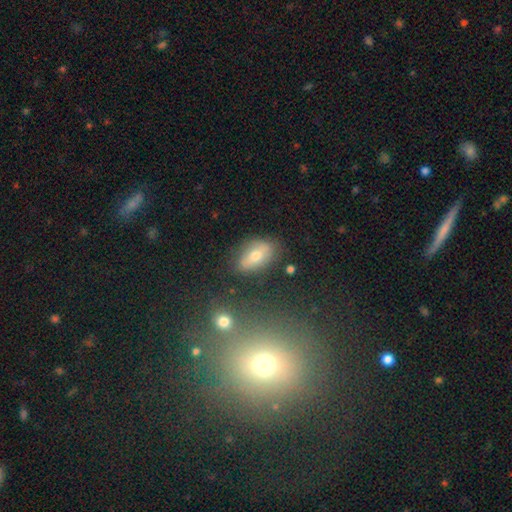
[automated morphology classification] This appears to be a smooth galaxy with no disk features (58%) that is in between round and cigar-shaped (86%). Merging: none (78%).